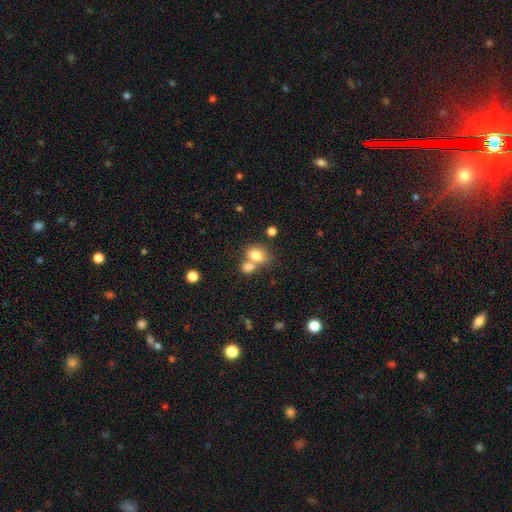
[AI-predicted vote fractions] Smooth or featured: smooth — 80% (featured or disk — 10%)
How rounded: in between — 57% (round — 41%)
Merging: merger — 47% (none — 39%)